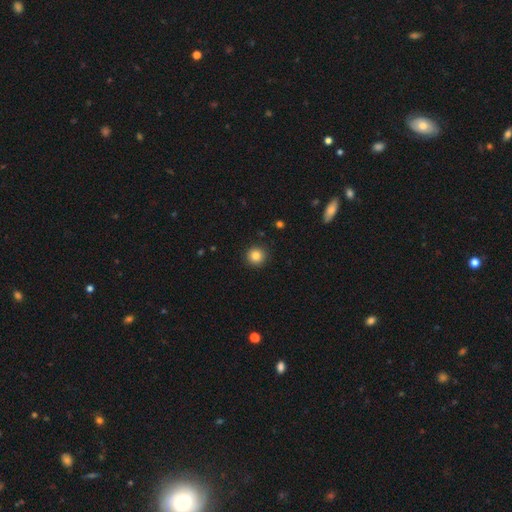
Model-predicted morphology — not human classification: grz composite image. It shows a smooth galaxy with no disk features (84%) that is round (95%). Merging: none (92%).